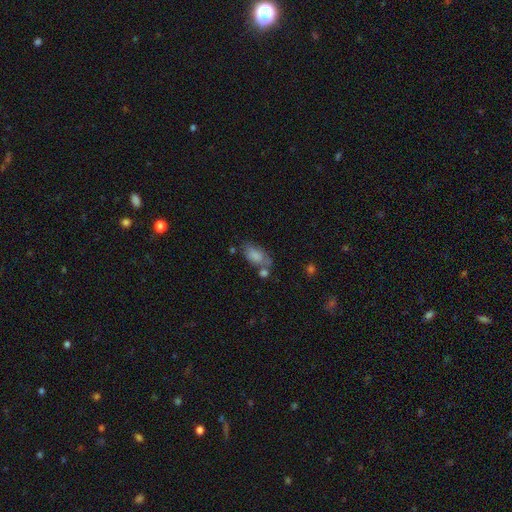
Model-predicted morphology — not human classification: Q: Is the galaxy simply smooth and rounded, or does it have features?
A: smooth — 76%.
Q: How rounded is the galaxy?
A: in between — 90%.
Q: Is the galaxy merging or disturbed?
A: none — 41%.